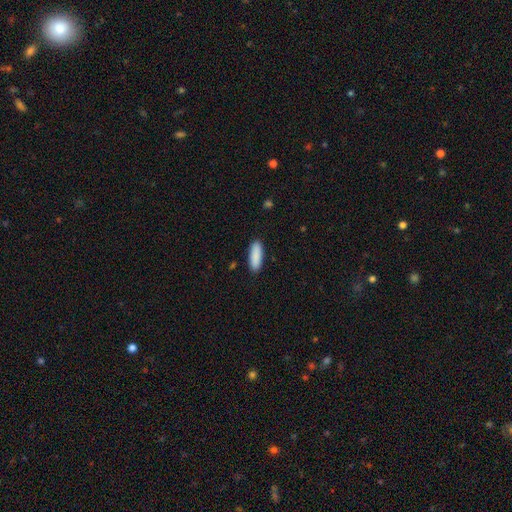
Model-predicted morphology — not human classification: smooth_or_featured: smooth (p=0.90) [alt: star or artifact p=0.06]
how_rounded: in between (p=0.63) [alt: cigar-shaped p=0.35]
merging: none (p=0.90) [alt: minor disturbance p=0.08]